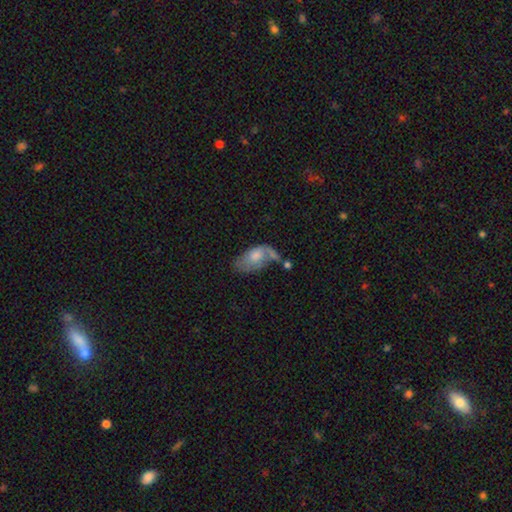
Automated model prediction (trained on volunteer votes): This is possibly a smooth galaxy (53%). How rounded: clearly in between (91%). Merging: marginally none (29%).